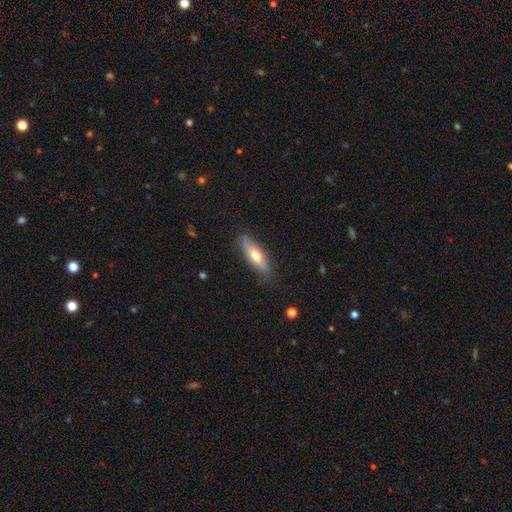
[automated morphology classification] Smooth or featured: smooth — 62% (featured or disk — 32%)
How rounded: in between — 51% (cigar-shaped — 47%)
Merging: none — 81% (minor disturbance — 15%)